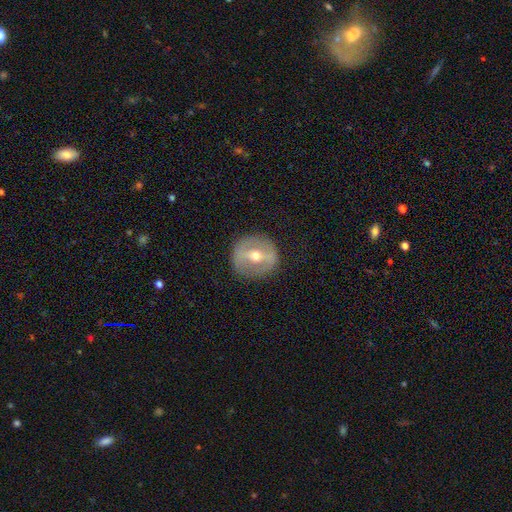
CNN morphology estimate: Q: Smooth or featured?
A: featured or disk (66%); runner-up: smooth (27%)
Q: Edge-on disk?
A: no (88%); runner-up: yes (12%)
Q: Bar?
A: strong (57%); runner-up: weak (30%)
Q: Spiral arms?
A: no (73%); runner-up: yes (27%)
Q: Bulge size?
A: moderate (67%); runner-up: small (28%)
Q: Merging?
A: none (86%); runner-up: minor disturbance (9%)